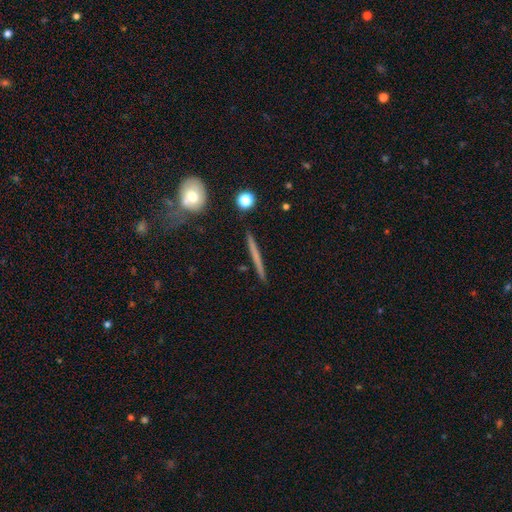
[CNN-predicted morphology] Q: Smooth or featured?
A: featured or disk (48%); runner-up: smooth (45%)
Q: Merging?
A: none (89%); runner-up: minor disturbance (7%)